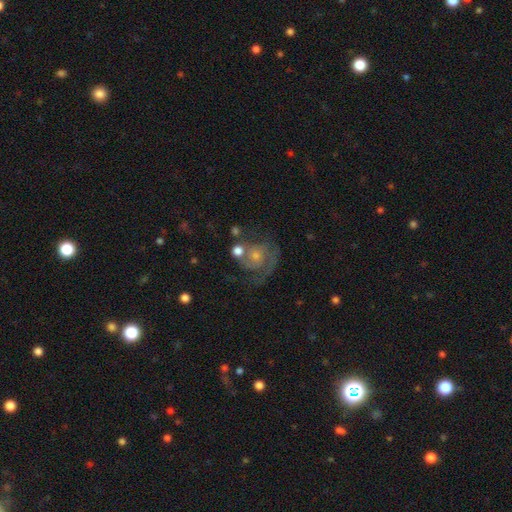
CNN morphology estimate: Smooth or featured? featured or disk (79%)
Edge-on disk? no (98%)
Bar? no (73%)
Spiral arms? yes (93%)
Spiral winding? medium (44%)
Spiral arm count? 2 (53%)
Bulge size? small (50%)
Merging? none (53%)